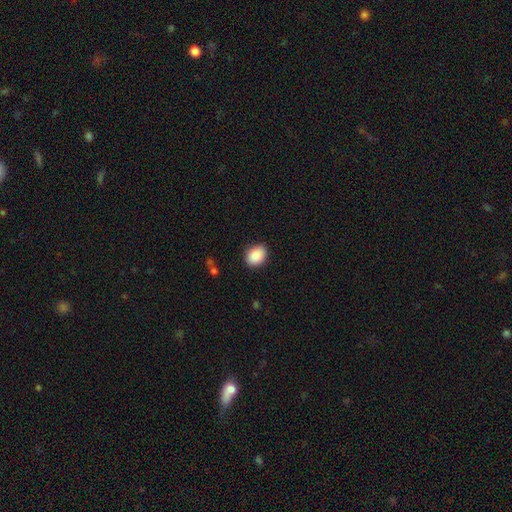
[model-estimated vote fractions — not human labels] Overall: smooth (90%). How rounded: in between (64%; round 35%). Merging: none (85%).